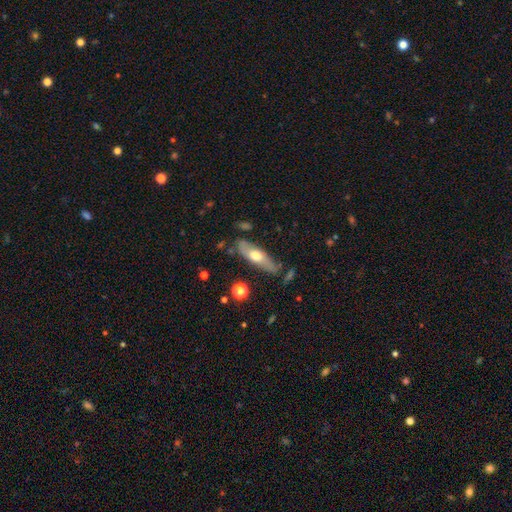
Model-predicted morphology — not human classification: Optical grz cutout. It shows a smooth galaxy with no disk features (48%). Merging: none (71%).